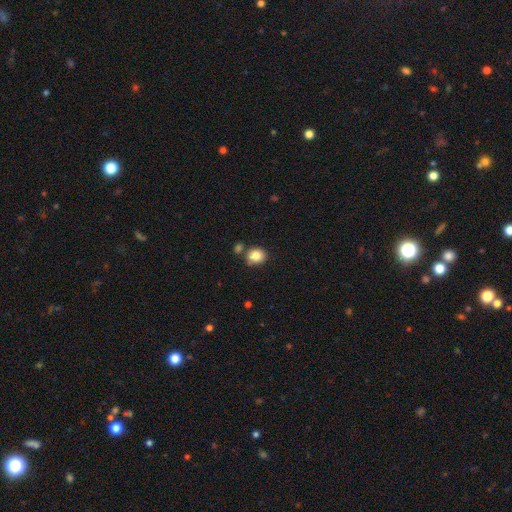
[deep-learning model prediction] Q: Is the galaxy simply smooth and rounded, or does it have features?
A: smooth — 83%.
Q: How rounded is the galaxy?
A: round — 68%.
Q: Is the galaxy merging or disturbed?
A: none — 71%.